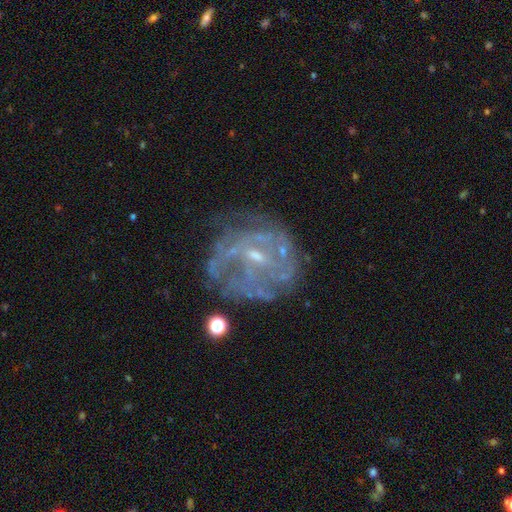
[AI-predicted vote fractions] Smooth or featured: featured or disk — 75% (smooth — 13%)
Edge-on disk: no — 98% (yes — 2%)
Bar: no — 45% (weak — 43%)
Spiral arms: yes — 61% (no — 39%)
Bulge size: small — 66% (moderate — 19%)
Merging: none — 57% (minor disturbance — 20%)